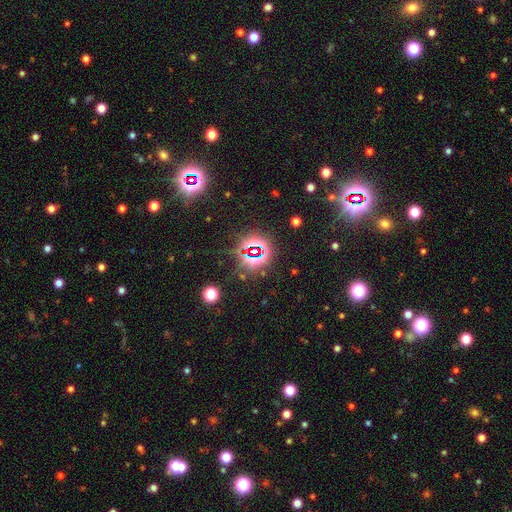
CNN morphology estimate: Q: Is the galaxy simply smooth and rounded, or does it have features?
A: star or artifact — 80%.